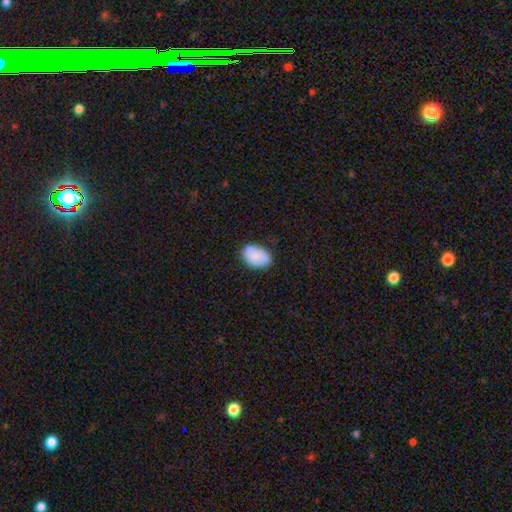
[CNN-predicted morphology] Smooth or featured: smooth — 85% (featured or disk — 8%)
How rounded: in between — 85% (round — 14%)
Merging: none — 76% (minor disturbance — 18%)